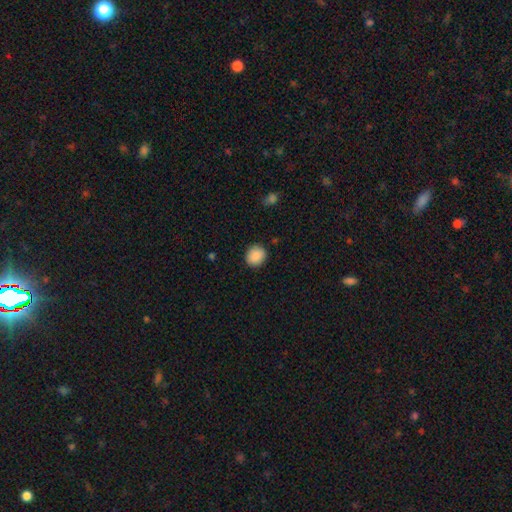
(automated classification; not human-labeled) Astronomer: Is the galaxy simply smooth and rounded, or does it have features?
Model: smooth — 89%.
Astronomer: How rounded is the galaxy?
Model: round — 77%.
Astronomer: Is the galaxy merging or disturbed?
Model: none — 88%.